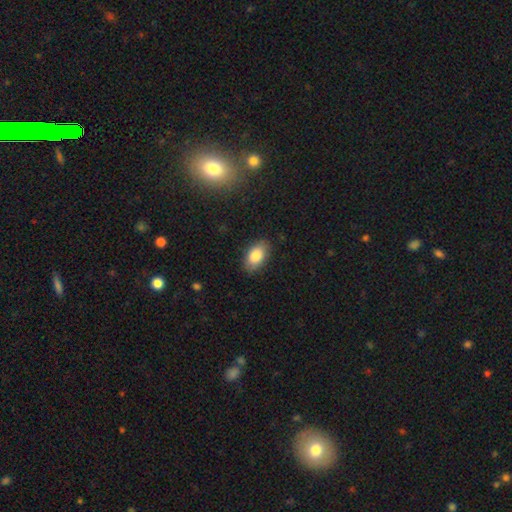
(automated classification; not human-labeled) Overall: smooth (85%). How rounded: in between (93%). Merging: none (86%).